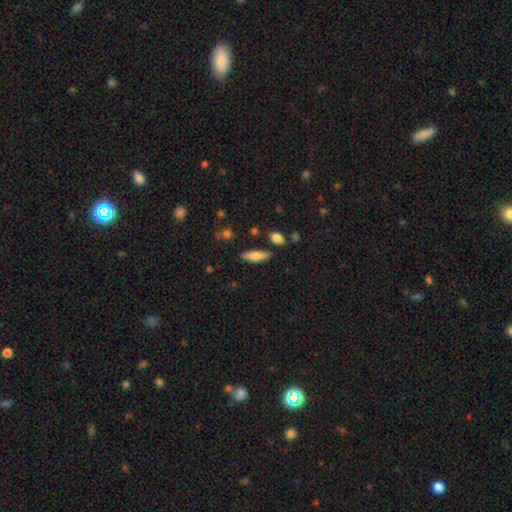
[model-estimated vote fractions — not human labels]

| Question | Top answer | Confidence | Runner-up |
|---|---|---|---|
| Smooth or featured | smooth | 70% | featured or disk (23%) |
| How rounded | cigar-shaped | 54% | in between (43%) |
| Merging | none | 81% | minor disturbance (11%) |